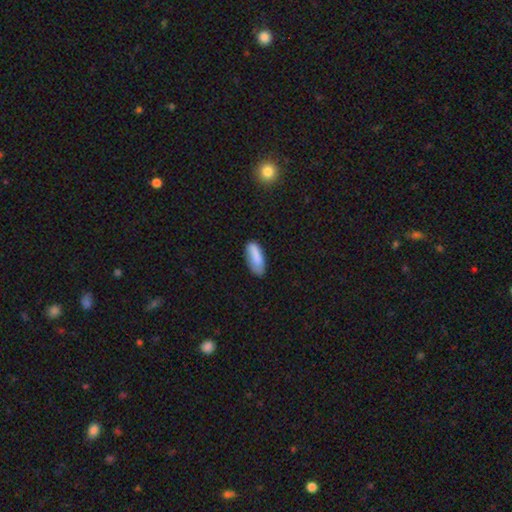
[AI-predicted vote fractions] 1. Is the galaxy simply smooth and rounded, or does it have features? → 83% smooth, 10% featured or disk, 7% star or artifact.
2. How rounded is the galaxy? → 74% in between, 24% cigar-shaped, 2% round.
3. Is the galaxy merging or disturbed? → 67% none, 25% minor disturbance, 6% major disturbance, 2% merger.